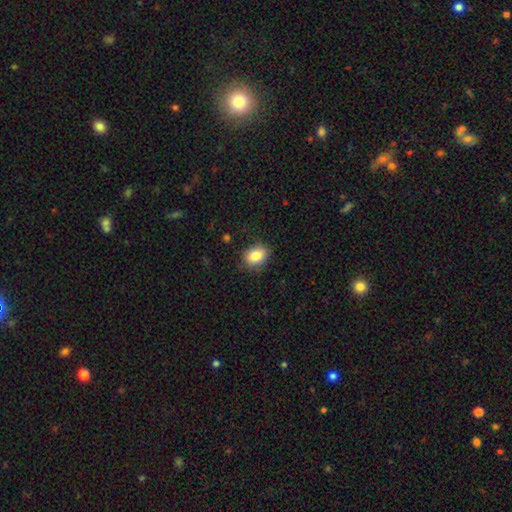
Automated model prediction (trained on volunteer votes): The model was most divided on "how rounded": in between: 69%, round: 30%, cigar-shaped: 1%. More confident: smooth or featured — smooth (85%); merging — none (83%).